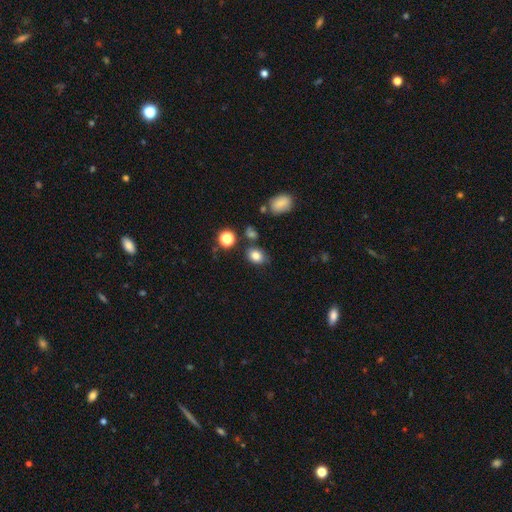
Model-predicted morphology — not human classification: smooth 82%, star or artifact 12%, featured or disk 6%. Down the decision tree: how rounded — in between (59%); merging — none (75%).